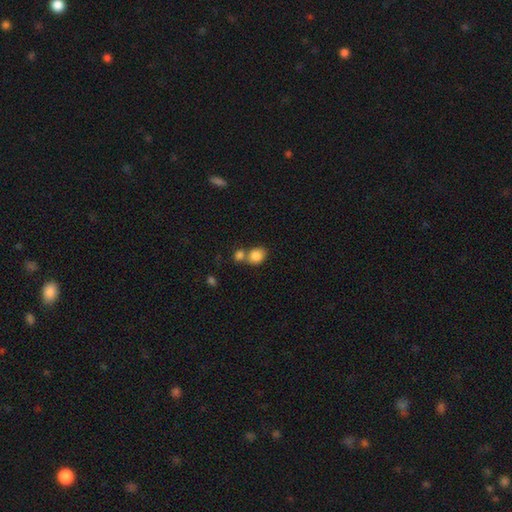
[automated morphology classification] A smooth galaxy with no disk features (85%) that is round (59%). Merging: none (44%).